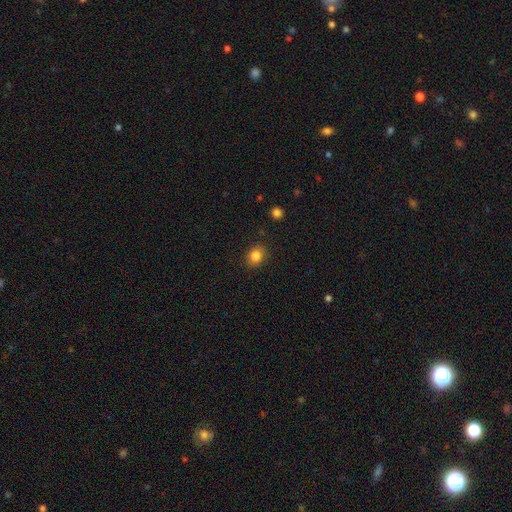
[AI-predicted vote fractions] smooth 84%, star or artifact 10%, featured or disk 6%. Down the decision tree: how rounded — round (61%); merging — none (88%).